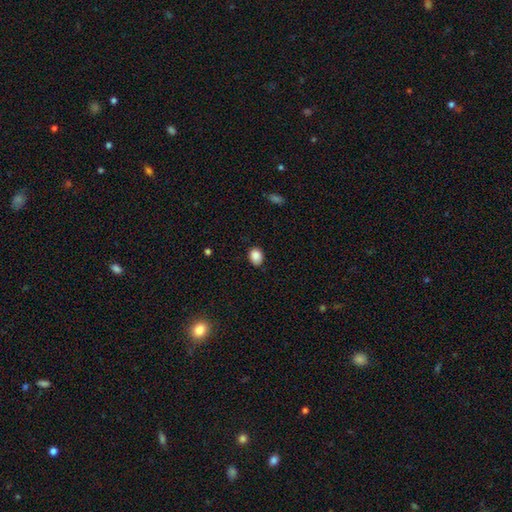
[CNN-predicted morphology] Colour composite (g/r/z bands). It shows a smooth galaxy with no disk features (88%) that is in between round and cigar-shaped (50%). Merging: none (82%).